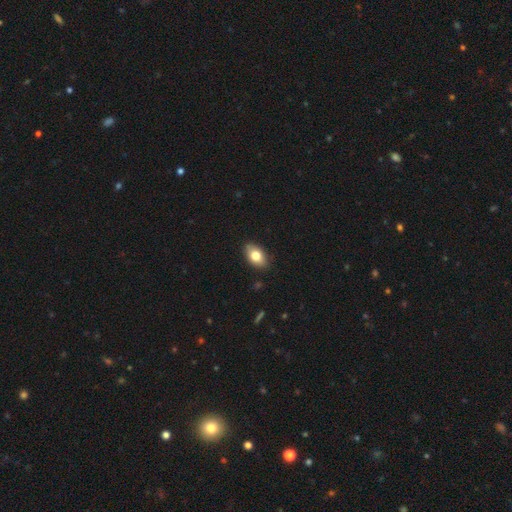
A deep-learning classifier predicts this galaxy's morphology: Q: Smooth or featured?
A: smooth (79%); runner-up: featured or disk (14%)
Q: How rounded?
A: in between (89%); runner-up: round (9%)
Q: Merging?
A: none (86%); runner-up: minor disturbance (11%)